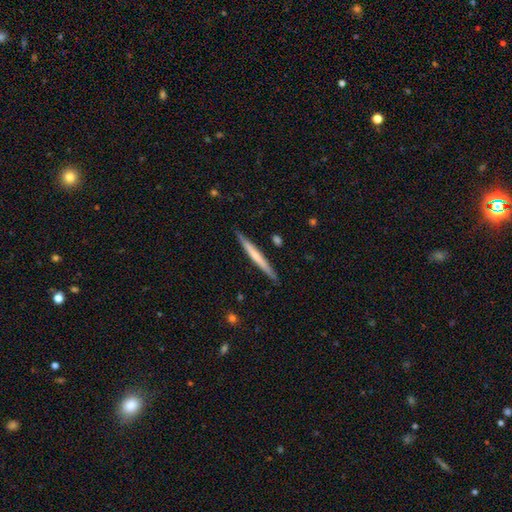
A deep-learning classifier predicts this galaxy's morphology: smooth 52%, featured or disk 43%, star or artifact 5%. Down the decision tree: how rounded — cigar-shaped (97%); merging — none (89%).